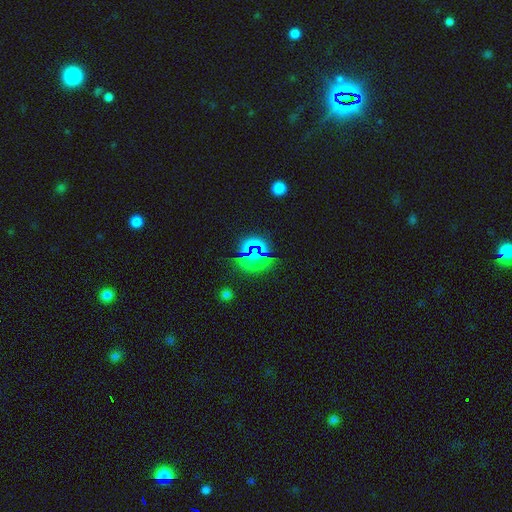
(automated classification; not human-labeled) star or artifact 64%, smooth 26%, featured or disk 10%.